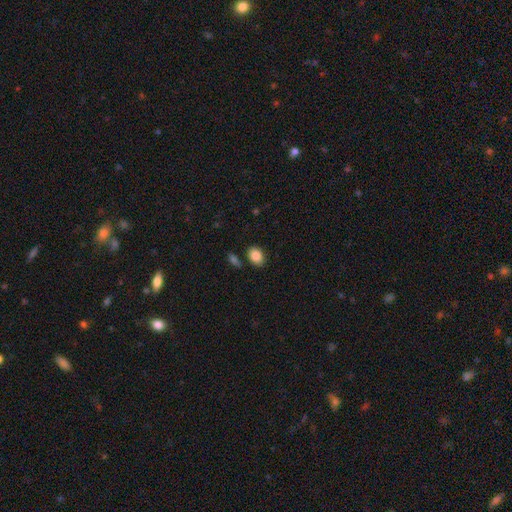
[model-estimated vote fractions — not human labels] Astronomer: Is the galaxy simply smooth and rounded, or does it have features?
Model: smooth — 87%.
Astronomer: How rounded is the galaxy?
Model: in between — 76%.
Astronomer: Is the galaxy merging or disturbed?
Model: none — 81%.